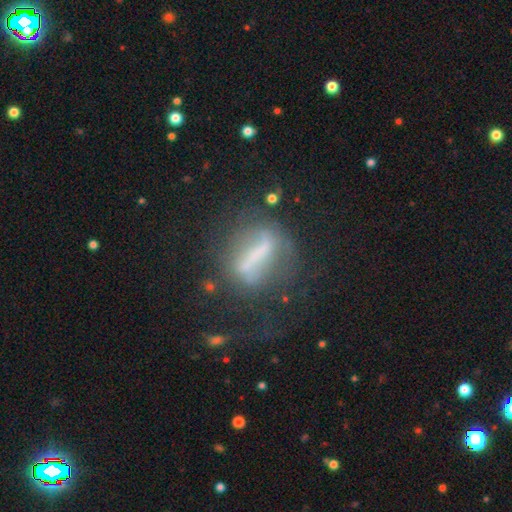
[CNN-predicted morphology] Smooth or featured?
  - featured or disk: 58% *
  - smooth: 29%
  - star or artifact: 14%
Edge-on disk?
  - no: 74% *
  - yes: 26%
Merging?
  - none: 48% *
  - major disturbance: 25%
  - minor disturbance: 20%
  - merger: 7%